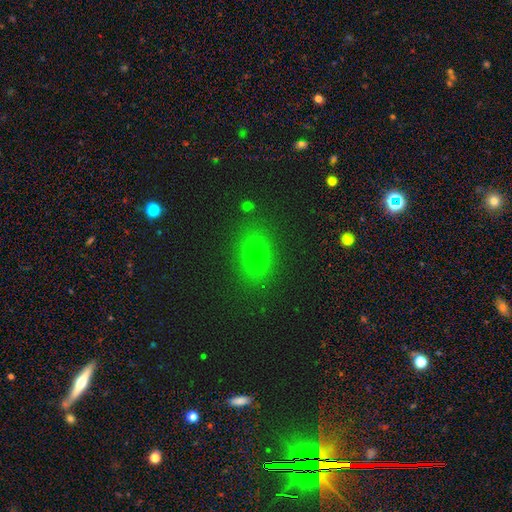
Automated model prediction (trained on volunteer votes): A smooth galaxy with no disk features (69%) that is in between round and cigar-shaped (60%). Merging: none (85%).